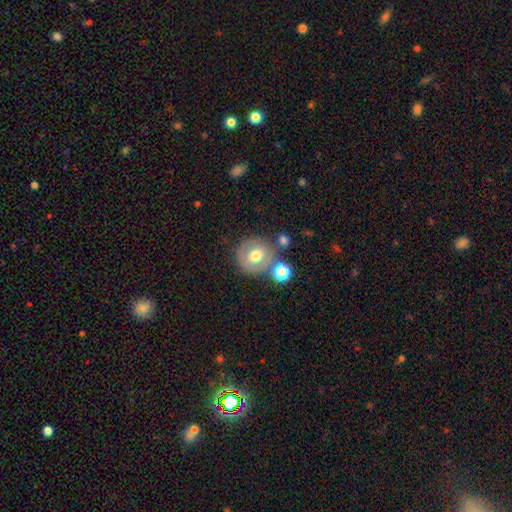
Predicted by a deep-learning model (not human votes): A smooth galaxy with no disk features (60%) that is round (87%). Merging: none (68%).